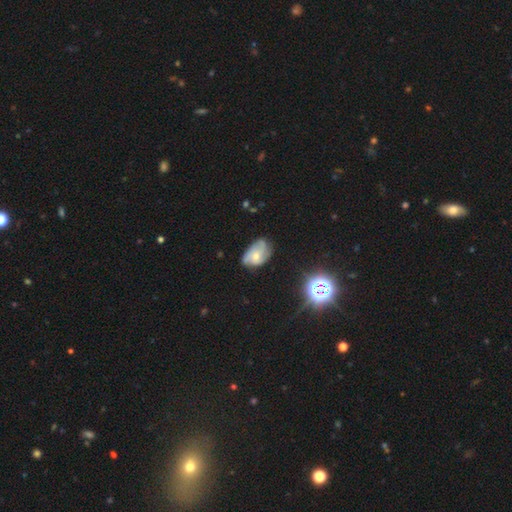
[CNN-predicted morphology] This appears to be a featured or disk galaxy (64%) with no bar (79%), 3 (47%) medium (42%) spiral arms (84%) and a small central bulge (49%). Merging: none (55%).